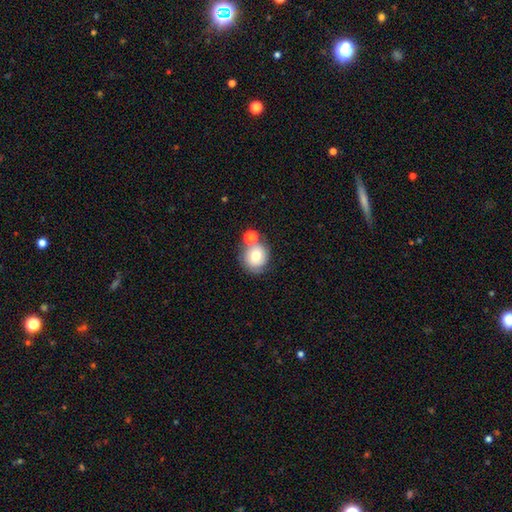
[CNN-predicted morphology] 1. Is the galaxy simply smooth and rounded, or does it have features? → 65% smooth, 25% featured or disk, 10% star or artifact.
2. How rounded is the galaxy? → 81% round, 18% in between, 1% cigar-shaped.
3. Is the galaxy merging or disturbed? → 53% none, 27% merger, 14% minor disturbance, 6% major disturbance.